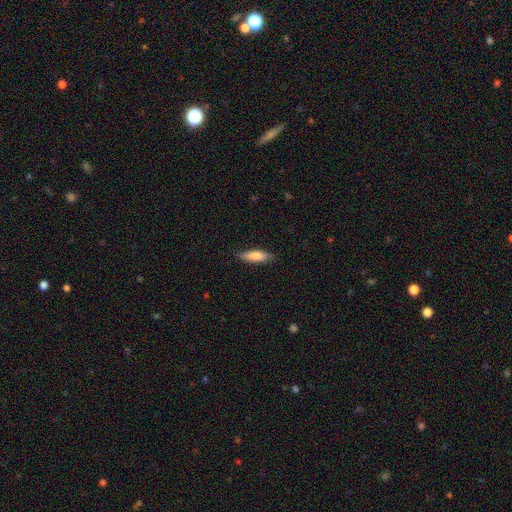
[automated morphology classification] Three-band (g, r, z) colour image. It shows a smooth galaxy with no disk features (80%) that is cigar-shaped (51%). Merging: none (82%).